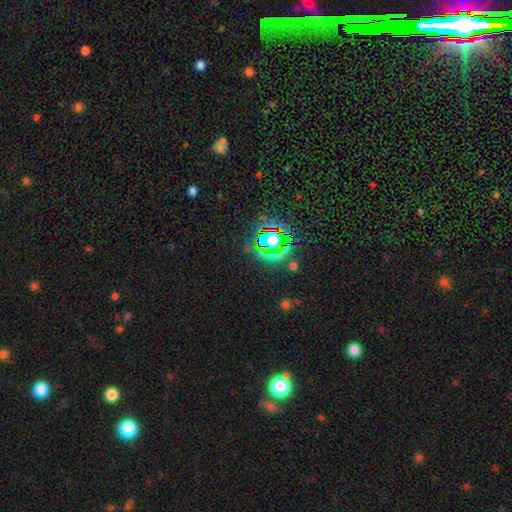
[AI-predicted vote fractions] smooth_or_featured: star or artifact (p=0.81) [alt: smooth p=0.11]